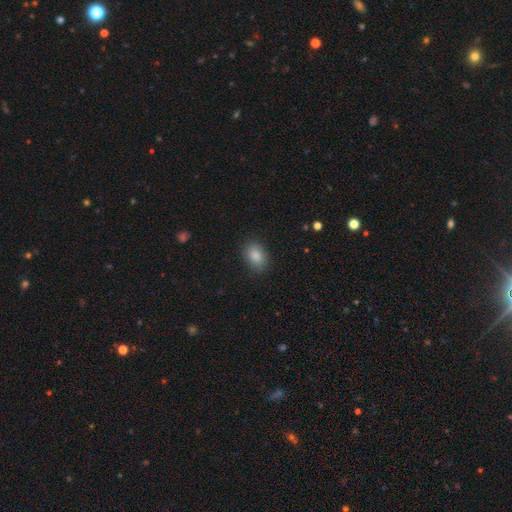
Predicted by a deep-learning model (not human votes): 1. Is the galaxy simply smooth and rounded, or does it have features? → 87% smooth, 8% star or artifact, 5% featured or disk.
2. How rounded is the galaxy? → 81% in between, 18% round, 1% cigar-shaped.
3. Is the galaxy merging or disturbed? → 86% none, 10% minor disturbance, 3% major disturbance, 1% merger.